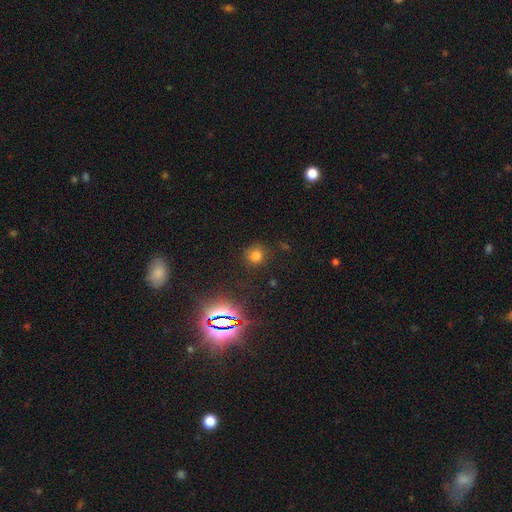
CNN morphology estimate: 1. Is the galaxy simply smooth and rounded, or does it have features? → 70% smooth, 23% star or artifact, 7% featured or disk.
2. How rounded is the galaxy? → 87% round, 12% in between, 1% cigar-shaped.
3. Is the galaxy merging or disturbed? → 81% none, 12% minor disturbance, 5% major disturbance, 2% merger.